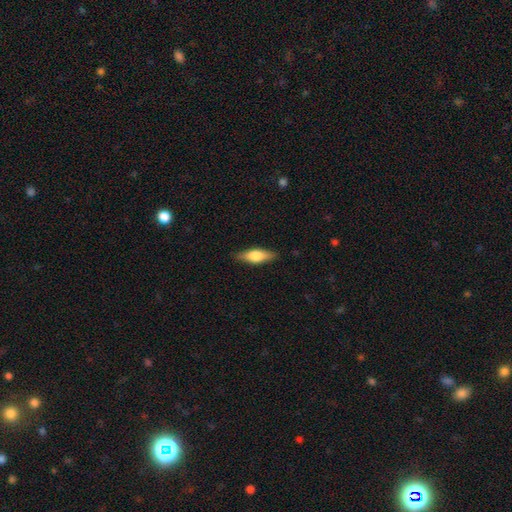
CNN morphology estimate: A smooth galaxy with no disk features (63%) that is in between round and cigar-shaped (60%). Merging: none (85%).